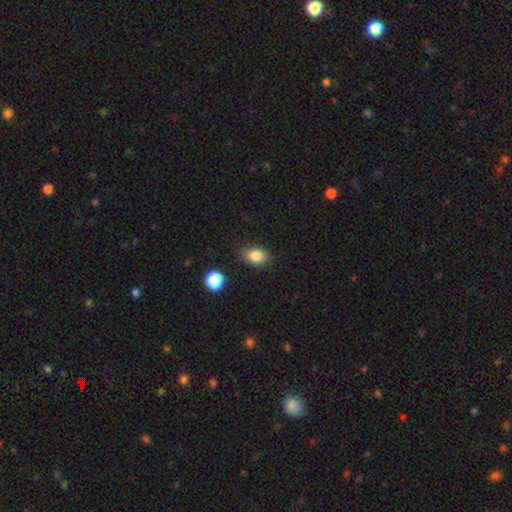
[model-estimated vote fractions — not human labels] The model was most divided on "how rounded": in between: 77%, round: 22%, cigar-shaped: 1%. More confident: smooth or featured — smooth (84%); merging — none (80%).